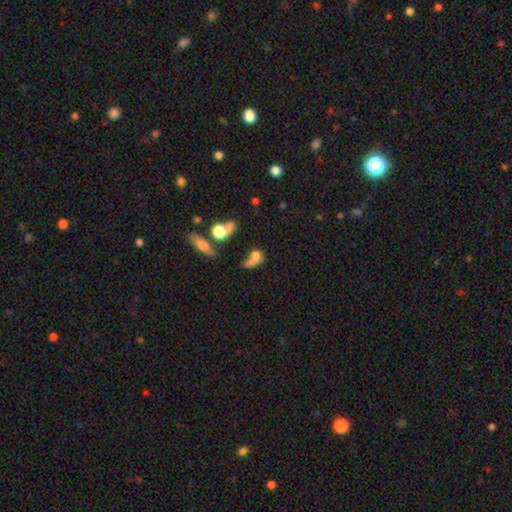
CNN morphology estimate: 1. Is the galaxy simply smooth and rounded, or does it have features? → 63% smooth, 23% featured or disk, 14% star or artifact.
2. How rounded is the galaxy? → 61% in between, 31% round, 8% cigar-shaped.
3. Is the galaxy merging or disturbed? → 34% merger, 26% major disturbance, 25% none, 14% minor disturbance.